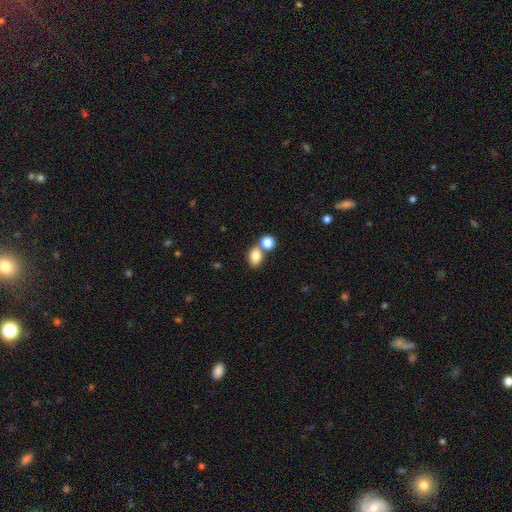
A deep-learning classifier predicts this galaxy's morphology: Smooth or featured? Predicted: smooth (p=0.82). How rounded? Predicted: in between (p=0.65). Merging? Predicted: none (p=0.51).